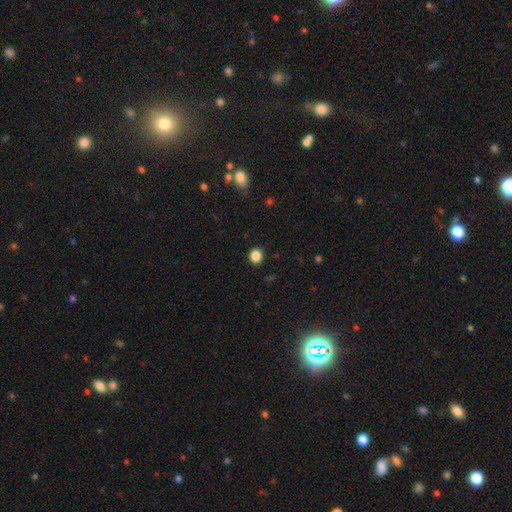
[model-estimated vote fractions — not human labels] Smooth or featured: smooth — 86% (star or artifact — 11%)
How rounded: round — 78% (in between — 21%)
Merging: none — 90% (minor disturbance — 7%)